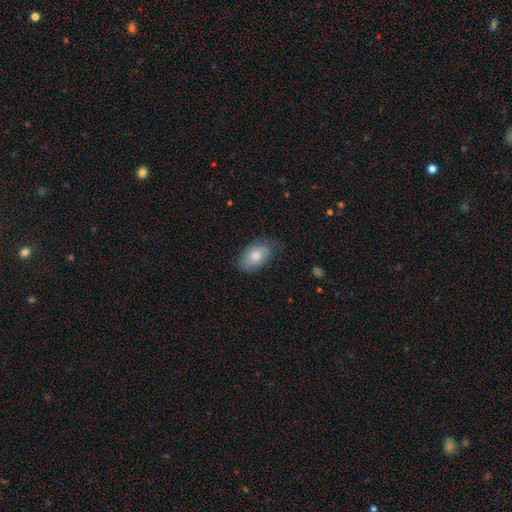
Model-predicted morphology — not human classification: A smooth galaxy with no disk features (74%) that is in between round and cigar-shaped (93%).

Vote fractions:
- Smooth or featured? smooth: 74% / featured or disk: 20% / star or artifact: 6%
- How rounded? in between: 93% / round: 6% / cigar-shaped: 1%
- Merging? none: 68% / minor disturbance: 25% / major disturbance: 6% / merger: 1%